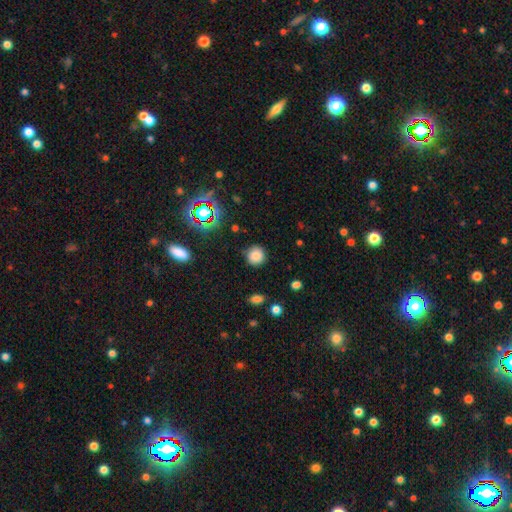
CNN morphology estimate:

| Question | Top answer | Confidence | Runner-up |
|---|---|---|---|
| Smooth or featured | smooth | 80% | star or artifact (15%) |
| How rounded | round | 91% | in between (8%) |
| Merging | none | 85% | minor disturbance (10%) |